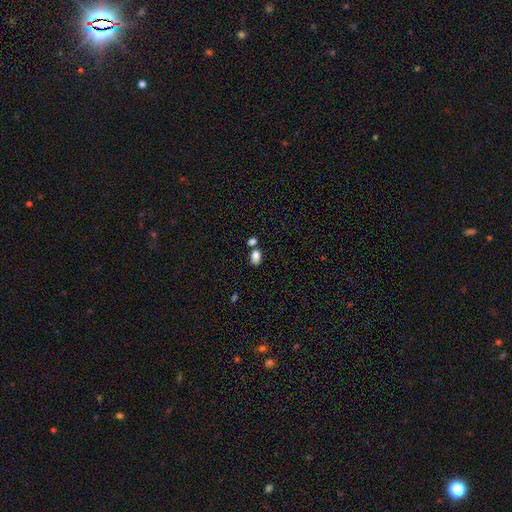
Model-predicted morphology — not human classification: Smooth or featured: smooth — 84% (star or artifact — 10%)
How rounded: in between — 81% (round — 18%)
Merging: none — 65% (merger — 20%)